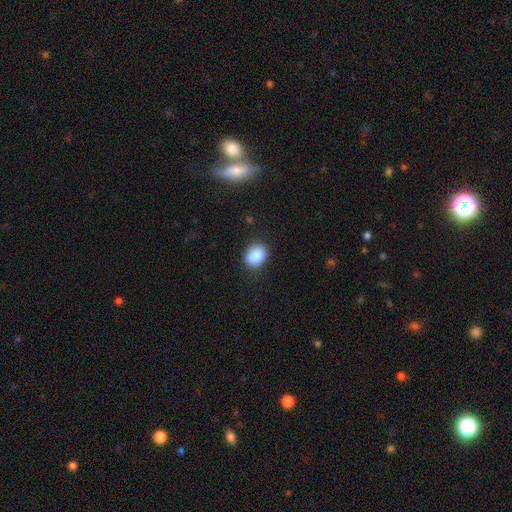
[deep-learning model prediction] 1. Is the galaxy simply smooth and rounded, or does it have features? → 89% smooth, 8% star or artifact, 3% featured or disk.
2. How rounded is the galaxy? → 59% in between, 41% round, 1% cigar-shaped.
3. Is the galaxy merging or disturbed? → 86% none, 10% minor disturbance, 3% major disturbance, 1% merger.